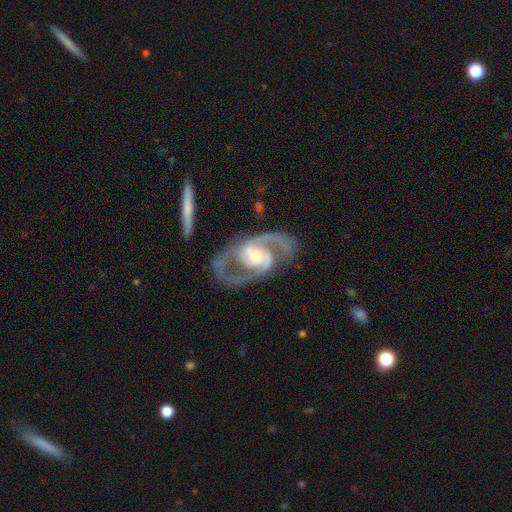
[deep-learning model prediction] smooth-or-featured: featured or disk: 92% | star or artifact: 4% | smooth: 4%
  disk-edge-on: no: 97% | yes: 3%
    bar: no: 39% | weak: 38% | strong: 23%
    has-spiral-arms: yes: 98% | no: 2%
      spiral-winding: medium: 61% | tight: 23% | loose: 16%
      spiral-arm-count: 2: 90% | 3: 3% | can't tell: 2% | 1: 2% | 4: 1% | more than 4: 1%
    bulge-size: moderate: 60% | small: 32% | large: 5% | none: 1% | dominant: 1%
  merging: none: 73% | minor disturbance: 15% | major disturbance: 9% | merger: 3%